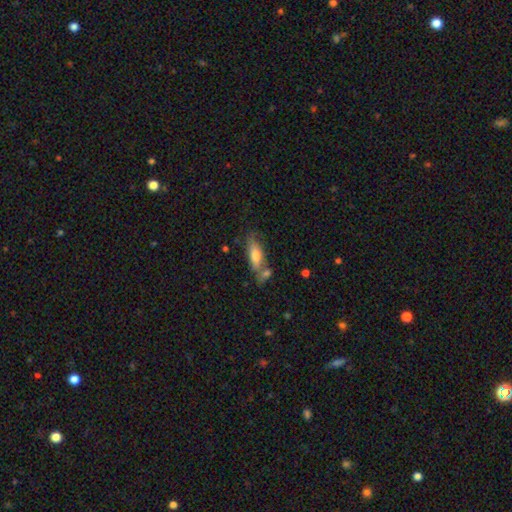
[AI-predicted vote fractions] smooth_or_featured: smooth (p=0.67) [alt: featured or disk p=0.27]
how_rounded: in between (p=0.59) [alt: cigar-shaped p=0.38]
merging: none (p=0.55) [alt: merger p=0.21]